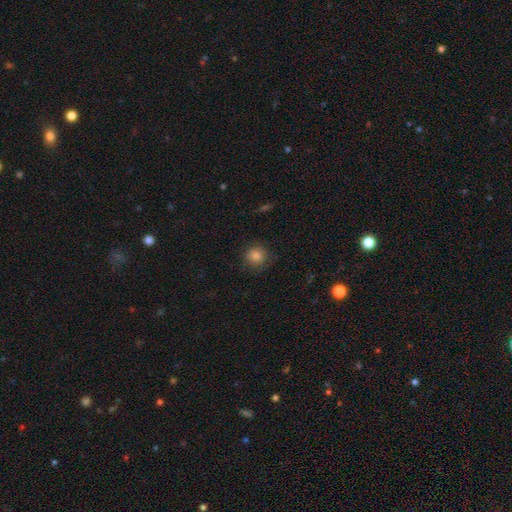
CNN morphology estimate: smooth-or-featured: smooth: 81% | star or artifact: 11% | featured or disk: 8%
  how-rounded: round: 90% | in between: 9% | cigar-shaped: 1%
  merging: none: 79% | minor disturbance: 15% | major disturbance: 5% | merger: 1%